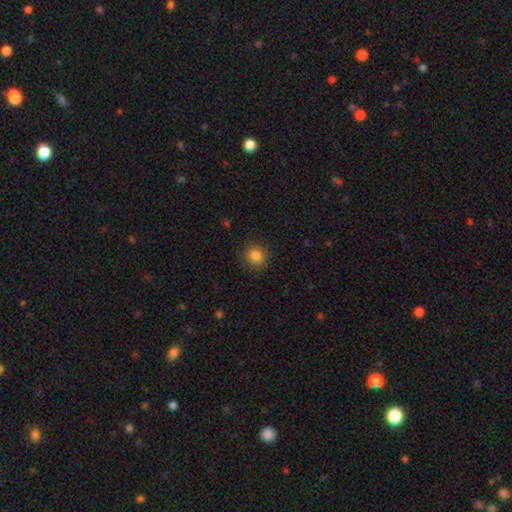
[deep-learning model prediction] Morphology: type=smooth (84%); roundness=round (90%); merging=none (89%).